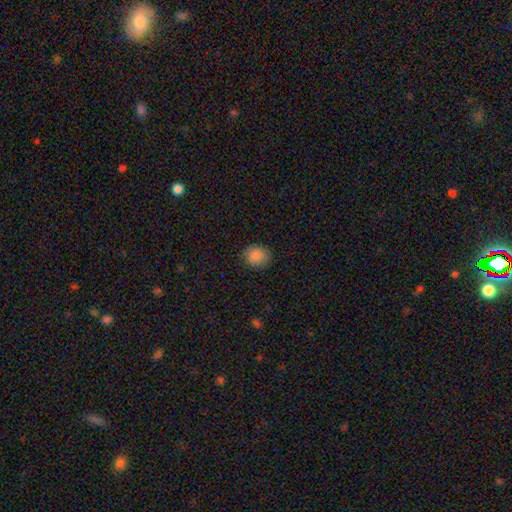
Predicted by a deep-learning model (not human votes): A smooth galaxy with no disk features (87%) that is round (66%).

Vote fractions:
- Smooth or featured? smooth: 87% / star or artifact: 9% / featured or disk: 4%
- How rounded? round: 66% / in between: 33% / cigar-shaped: 1%
- Merging? none: 87% / minor disturbance: 10% / major disturbance: 3% / merger: 1%